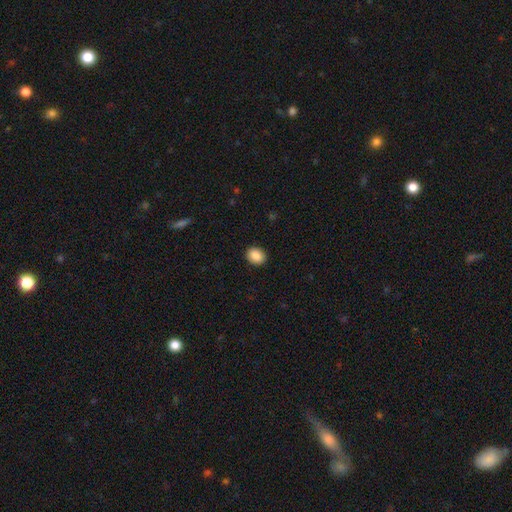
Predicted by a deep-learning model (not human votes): smooth_or_featured: smooth (p=0.89) [alt: star or artifact p=0.08]
how_rounded: round (p=0.53) [alt: in between p=0.46]
merging: none (p=0.92) [alt: minor disturbance p=0.06]